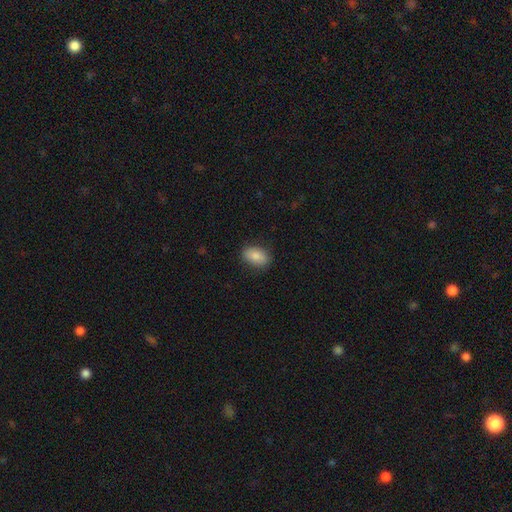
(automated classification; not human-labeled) Smooth or featured?
  - smooth: 83% *
  - featured or disk: 9%
  - star or artifact: 7%
How rounded?
  - in between: 87% *
  - round: 12%
  - cigar-shaped: 2%
Merging?
  - none: 85% *
  - minor disturbance: 11%
  - major disturbance: 3%
  - merger: 1%